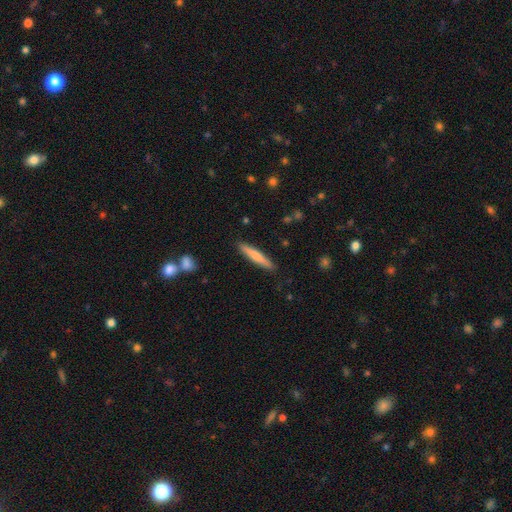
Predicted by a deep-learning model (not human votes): smooth-or-featured: smooth: 70% | featured or disk: 25% | star or artifact: 5%
  how-rounded: cigar-shaped: 92% | in between: 7% | round: 1%
  merging: none: 89% | minor disturbance: 8% | major disturbance: 2% | merger: 1%